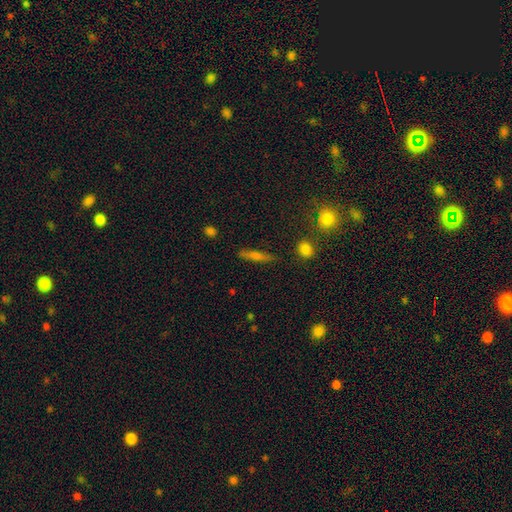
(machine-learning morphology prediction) smooth-or-featured: smooth: 49% | featured or disk: 38% | star or artifact: 13%
  merging: none: 86% | minor disturbance: 9% | major disturbance: 2% | merger: 2%